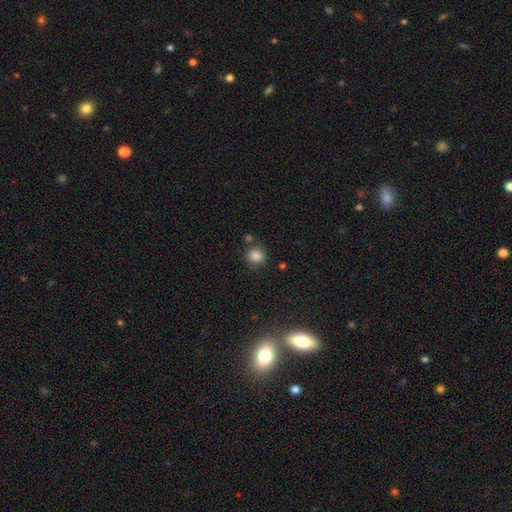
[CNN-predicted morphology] This appears to be a smooth galaxy with no disk features (85%) that is round (91%). Merging: none (77%).